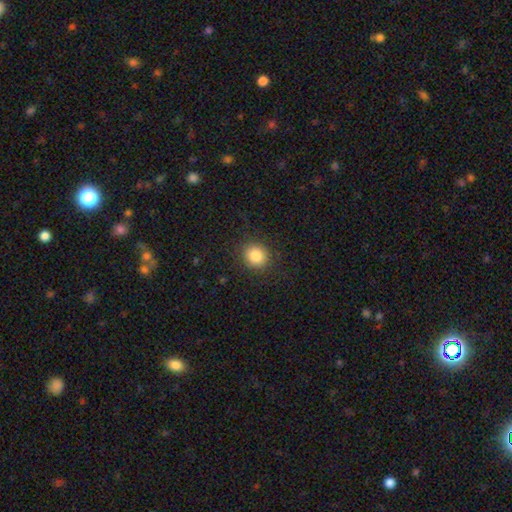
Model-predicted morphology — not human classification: This appears to be a smooth galaxy with no disk features (85%) that is round (85%). Merging: none (88%).